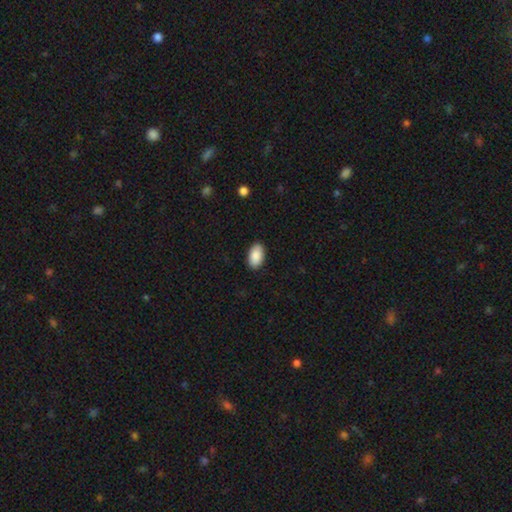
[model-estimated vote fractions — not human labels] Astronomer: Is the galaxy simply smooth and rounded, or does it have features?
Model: smooth — 90%.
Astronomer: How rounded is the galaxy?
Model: in between — 95%.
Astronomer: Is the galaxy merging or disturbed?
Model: none — 90%.